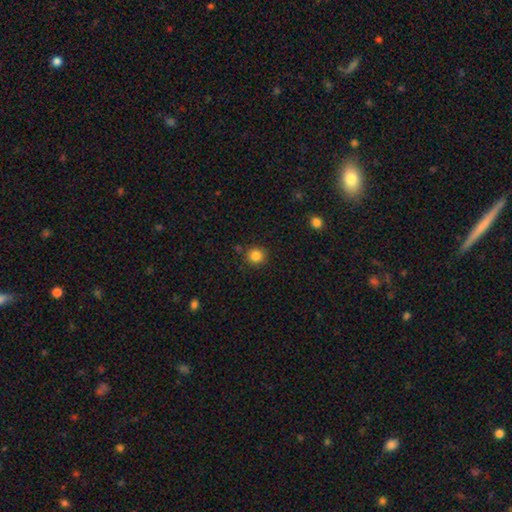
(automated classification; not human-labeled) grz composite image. It shows a smooth galaxy with no disk features (85%) that is round (91%). Merging: none (87%).